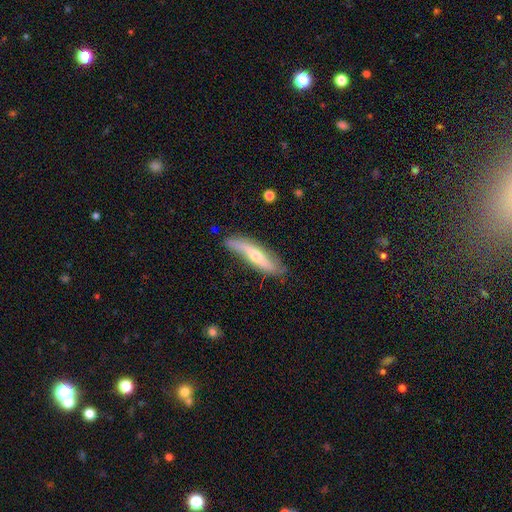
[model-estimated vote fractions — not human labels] A featured or disk galaxy (57%) viewed edge-on (60%).

Vote fractions:
- Smooth or featured? featured or disk: 57% / smooth: 33% / star or artifact: 10%
- Edge-on disk? yes: 60% / no: 40%
- Merging? none: 69% / minor disturbance: 23% / major disturbance: 6% / merger: 2%